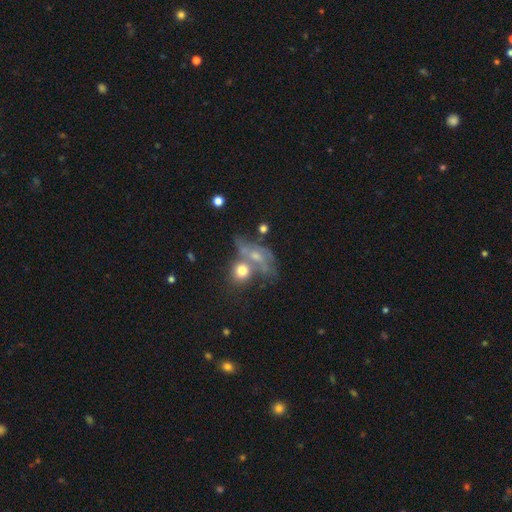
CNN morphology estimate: The model was most divided on "merging": none: 38%, merger: 31%, minor disturbance: 17%, major disturbance: 15%. More confident: edge-on disk — no (88%); smooth or featured — featured or disk (52%).